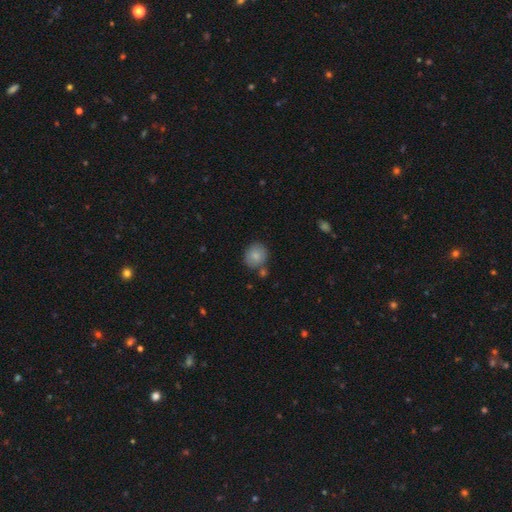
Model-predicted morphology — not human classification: smooth 81%, featured or disk 11%, star or artifact 8%. Down the decision tree: how rounded — round (75%); merging — none (72%).